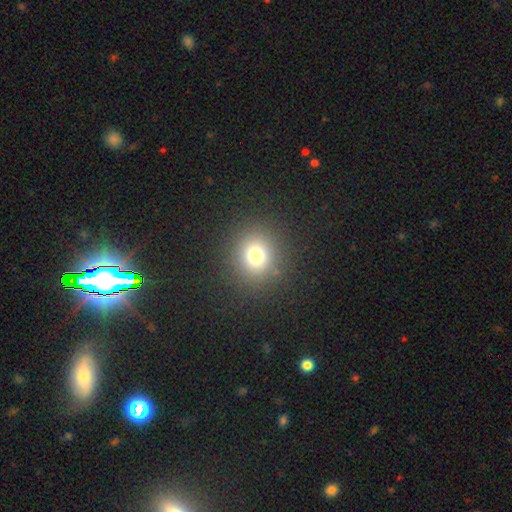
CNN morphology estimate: smooth 74%, star or artifact 18%, featured or disk 8%. Down the decision tree: how rounded — round (86%); merging — none (88%).